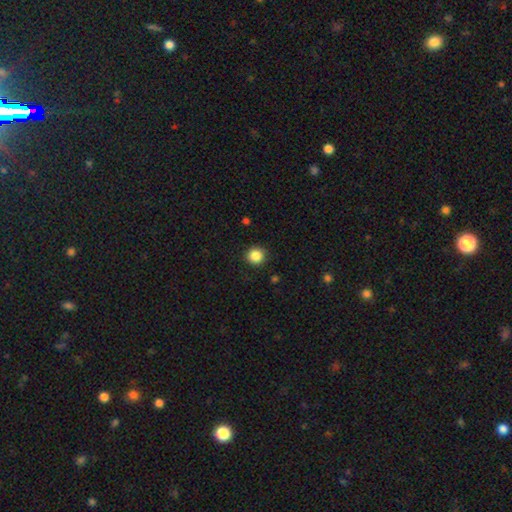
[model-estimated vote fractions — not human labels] Smooth or featured? Predicted: smooth (p=0.86). How rounded? Predicted: round (p=0.93). Merging? Predicted: none (p=0.89).